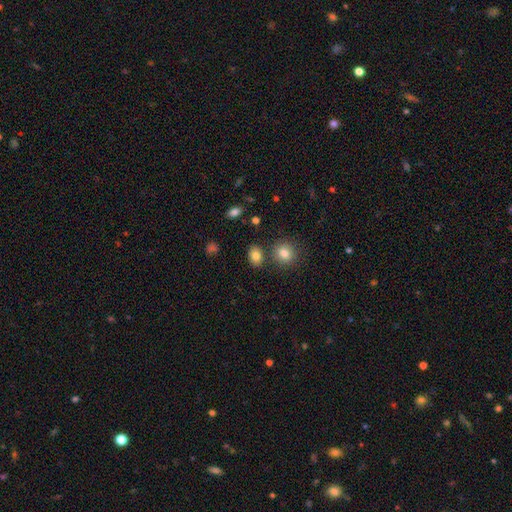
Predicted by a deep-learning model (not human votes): This appears to be a smooth galaxy with no disk features (81%) that is in between round and cigar-shaped (70%). Merging: none (77%).